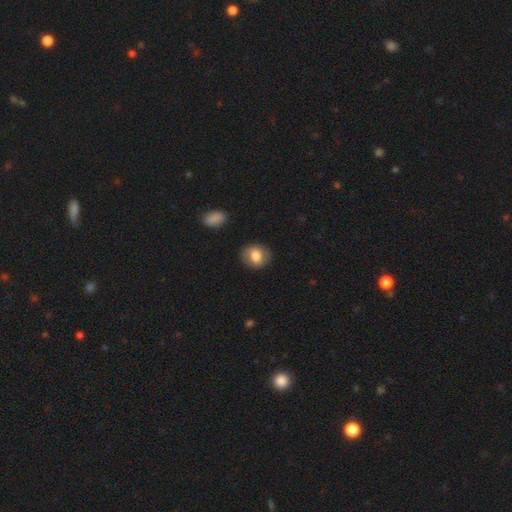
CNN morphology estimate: Smooth or featured? Predicted: smooth (p=0.74). How rounded? Predicted: round (p=0.64). Merging? Predicted: none (p=0.85).